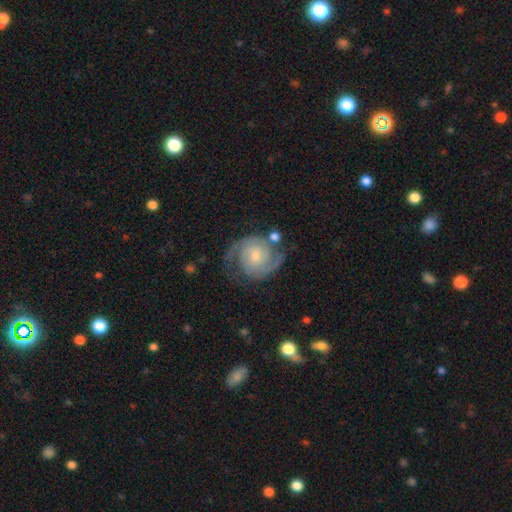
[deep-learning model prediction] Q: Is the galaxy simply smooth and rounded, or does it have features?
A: featured or disk — 88%.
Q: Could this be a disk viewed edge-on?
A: no — 98%.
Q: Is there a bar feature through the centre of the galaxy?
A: no — 62%.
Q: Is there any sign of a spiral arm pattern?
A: yes — 98%.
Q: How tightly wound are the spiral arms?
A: tight — 48%.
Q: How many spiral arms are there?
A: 2 — 88%.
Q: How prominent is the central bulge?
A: small — 57%.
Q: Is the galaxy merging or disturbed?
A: none — 72%.